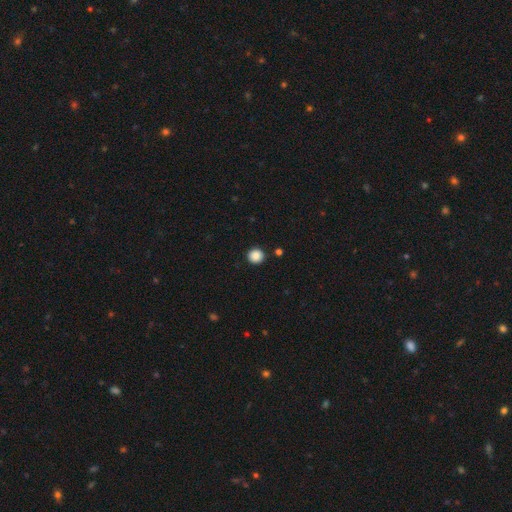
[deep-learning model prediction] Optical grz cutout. It shows a smooth galaxy with no disk features (88%) that is round (93%). Merging: none (91%).